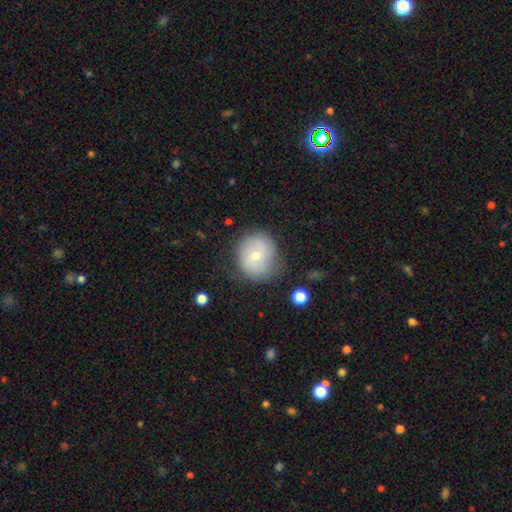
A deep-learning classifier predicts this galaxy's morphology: type=smooth (59%); roundness=round (85%); merging=none (71%).